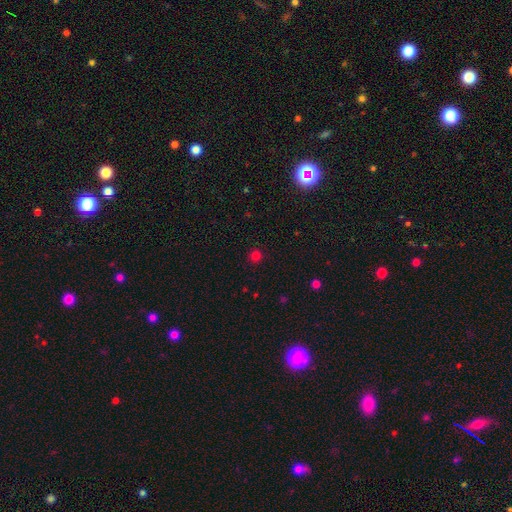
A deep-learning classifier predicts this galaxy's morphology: A smooth galaxy with no disk features (77%) that is round (94%). Merging: none (91%).